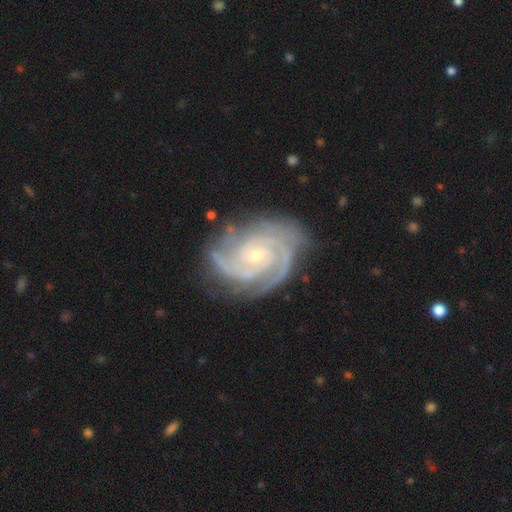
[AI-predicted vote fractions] The model was most divided on "spiral arm count": 3: 38%, 2: 32%, 4: 11%, can't tell: 9%, more than 4: 5%, 1: 5%. More confident: spiral arms — yes (99%); edge-on disk — no (98%); smooth or featured — featured or disk (93%); merging — none (75%); spiral winding — tight (73%); bulge size — small (69%); bar — no (64%).